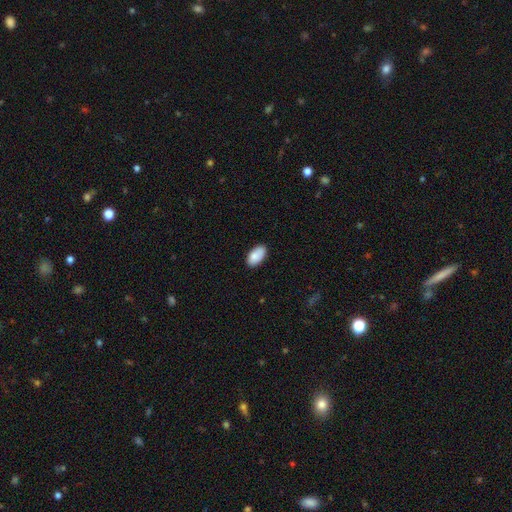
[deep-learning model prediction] A smooth galaxy with no disk features (85%) that is in between round and cigar-shaped (95%).

Vote fractions:
- Smooth or featured? smooth: 85% / featured or disk: 8% / star or artifact: 7%
- How rounded? in between: 95% / round: 4% / cigar-shaped: 2%
- Merging? none: 83% / minor disturbance: 14% / major disturbance: 2% / merger: 1%